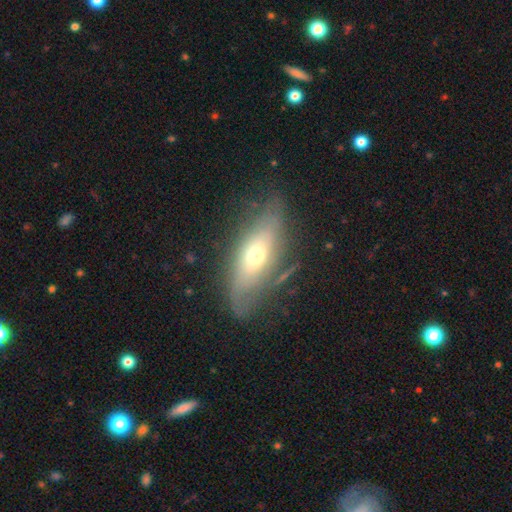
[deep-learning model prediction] Smooth or featured?
  - featured or disk: 54% *
  - smooth: 38%
  - star or artifact: 8%
Edge-on disk?
  - no: 60% *
  - yes: 40%
Merging?
  - none: 61% *
  - minor disturbance: 24%
  - major disturbance: 11%
  - merger: 3%